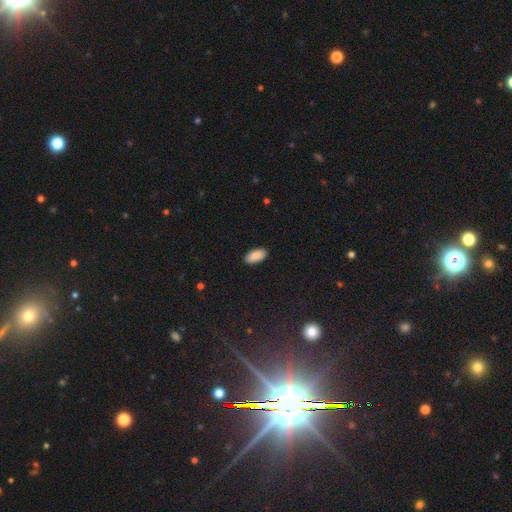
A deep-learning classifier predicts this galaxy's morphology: Smooth or featured? Predicted: smooth (p=0.89). How rounded? Predicted: in between (p=0.93). Merging? Predicted: none (p=0.89).